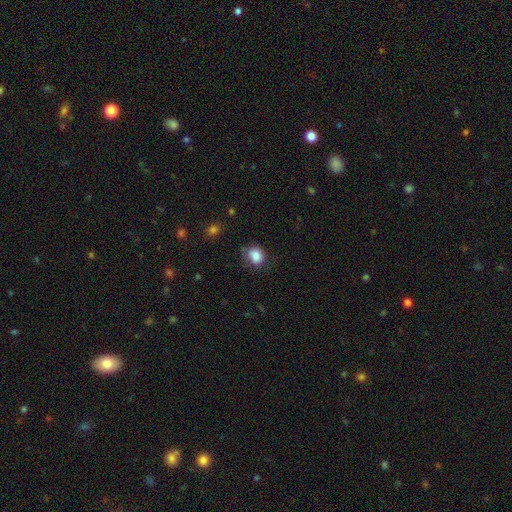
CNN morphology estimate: smooth-or-featured: smooth: 85% | star or artifact: 10% | featured or disk: 6%
  how-rounded: round: 60% | in between: 39% | cigar-shaped: 1%
  merging: none: 68% | minor disturbance: 23% | major disturbance: 6% | merger: 2%